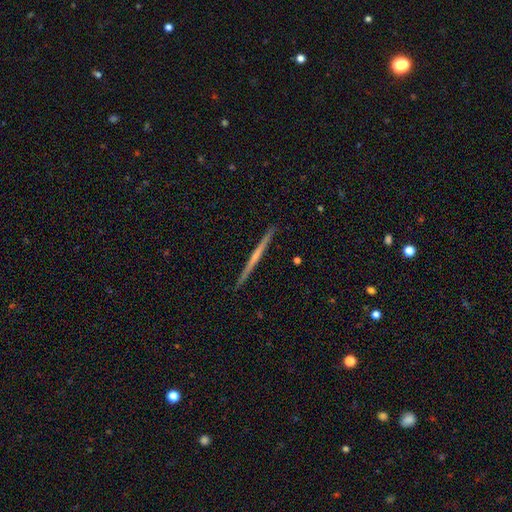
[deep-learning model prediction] The model was most divided on "edge-on bulge": none: 47%, rounded: 44%, boxy: 8%. More confident: edge-on disk — yes (97%); merging — none (91%); smooth or featured — featured or disk (68%).